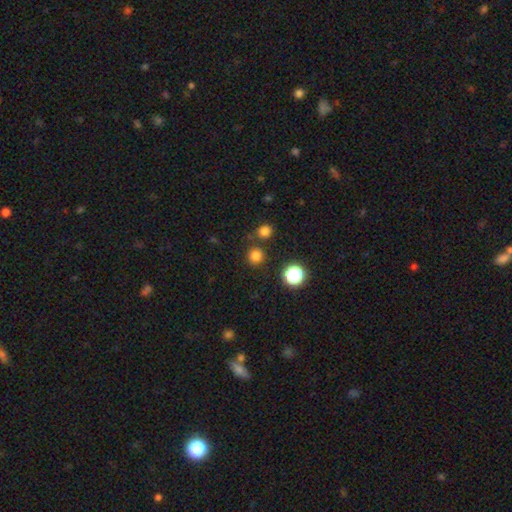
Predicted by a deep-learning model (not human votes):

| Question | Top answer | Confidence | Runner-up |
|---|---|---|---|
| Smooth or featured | smooth | 78% | star or artifact (18%) |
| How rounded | round | 94% | in between (6%) |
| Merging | none | 82% | merger (9%) |